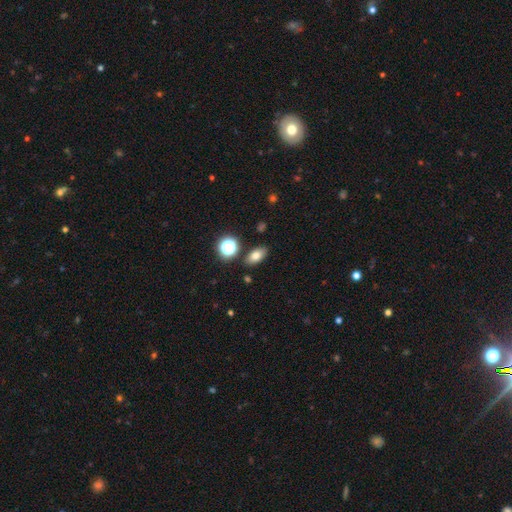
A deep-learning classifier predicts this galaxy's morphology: type=smooth (76%); roundness=in between (85%); merging=none (83%).